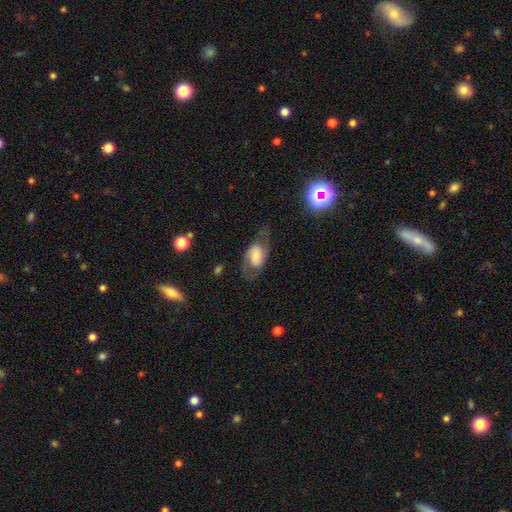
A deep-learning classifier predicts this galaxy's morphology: featured or disk 52%, smooth 40%, star or artifact 8%. Down the decision tree: edge-on disk — no (91%); merging — none (58%).